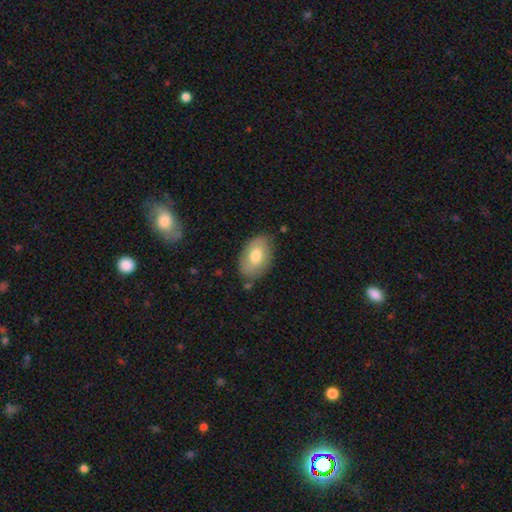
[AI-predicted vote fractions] smooth 73%, featured or disk 21%, star or artifact 6%. Down the decision tree: how rounded — in between (92%); merging — none (77%).